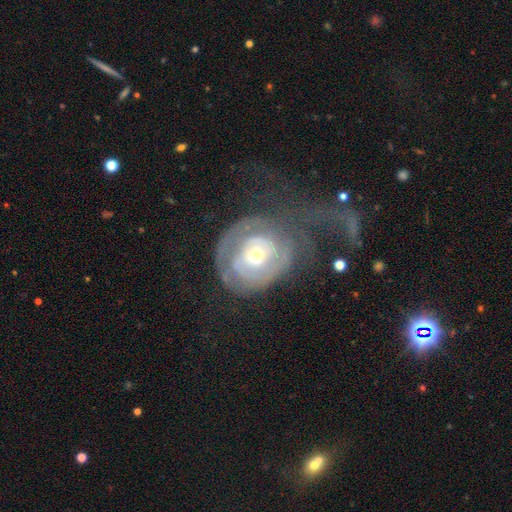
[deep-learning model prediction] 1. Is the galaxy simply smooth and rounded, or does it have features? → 74% featured or disk, 20% smooth, 6% star or artifact.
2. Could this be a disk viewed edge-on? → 97% no, 3% yes.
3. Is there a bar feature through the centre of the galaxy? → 74% no, 20% weak, 7% strong.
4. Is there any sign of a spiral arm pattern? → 72% yes, 28% no.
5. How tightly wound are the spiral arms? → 63% tight, 24% medium, 14% loose.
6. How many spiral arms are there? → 40% can't tell, 29% 2, 18% 1, 7% 3, 3% 4, 3% more than 4.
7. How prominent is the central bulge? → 55% moderate, 39% small, 4% large, 1% dominant, 1% none.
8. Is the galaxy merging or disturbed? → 47% major disturbance, 30% none, 17% minor disturbance, 5% merger.